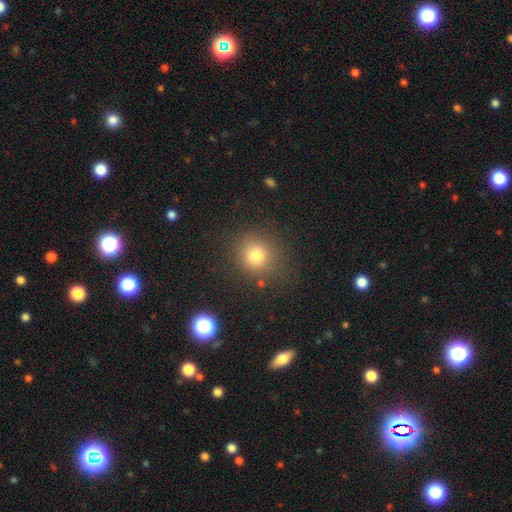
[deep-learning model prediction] A smooth galaxy with no disk features (78%) that is round (88%). Merging: none (84%).